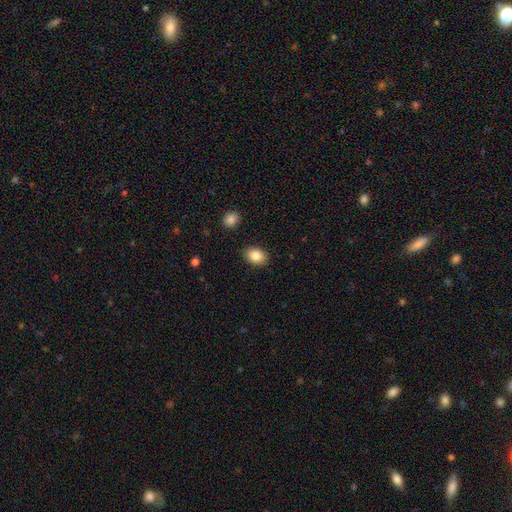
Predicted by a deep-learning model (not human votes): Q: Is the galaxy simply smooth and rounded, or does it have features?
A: smooth — 86%.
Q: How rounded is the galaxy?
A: in between — 75%.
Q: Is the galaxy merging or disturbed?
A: none — 88%.